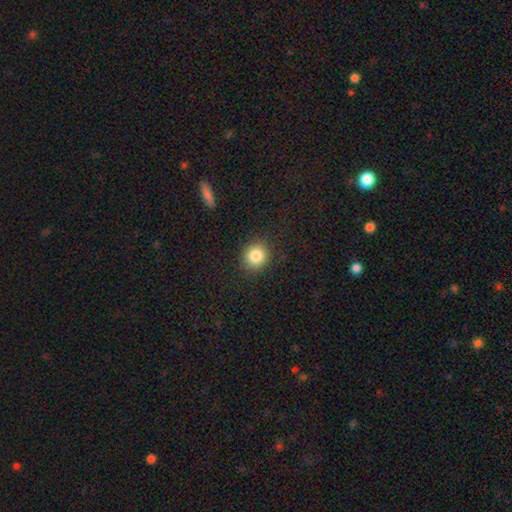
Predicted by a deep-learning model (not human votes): Q: Smooth or featured?
A: smooth (84%); runner-up: star or artifact (10%)
Q: How rounded?
A: round (82%); runner-up: in between (17%)
Q: Merging?
A: none (88%); runner-up: minor disturbance (8%)